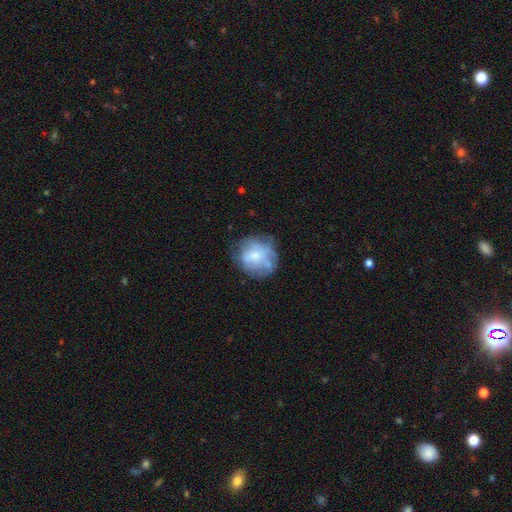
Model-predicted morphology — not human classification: Q: Smooth or featured?
A: smooth (52%); runner-up: featured or disk (39%)
Q: How rounded?
A: round (77%); runner-up: in between (22%)
Q: Merging?
A: none (56%); runner-up: minor disturbance (25%)